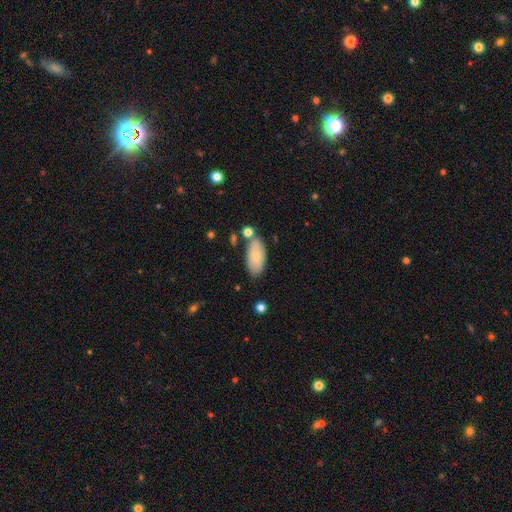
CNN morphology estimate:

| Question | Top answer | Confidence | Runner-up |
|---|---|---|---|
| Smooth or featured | smooth | 73% | featured or disk (21%) |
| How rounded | in between | 93% | cigar-shaped (4%) |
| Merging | none | 70% | minor disturbance (17%) |